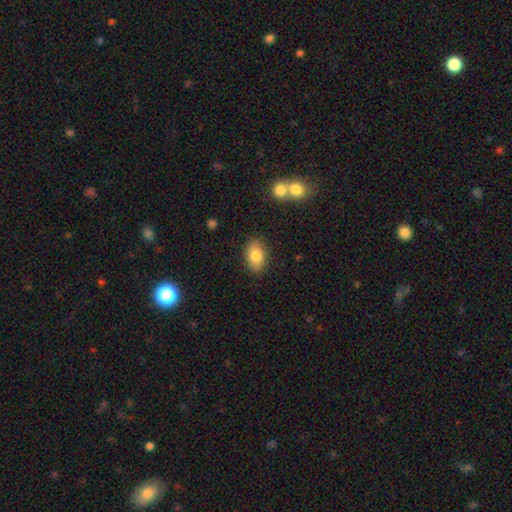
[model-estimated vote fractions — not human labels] smooth 81%, featured or disk 11%, star or artifact 8%. Down the decision tree: how rounded — in between (86%); merging — none (85%).